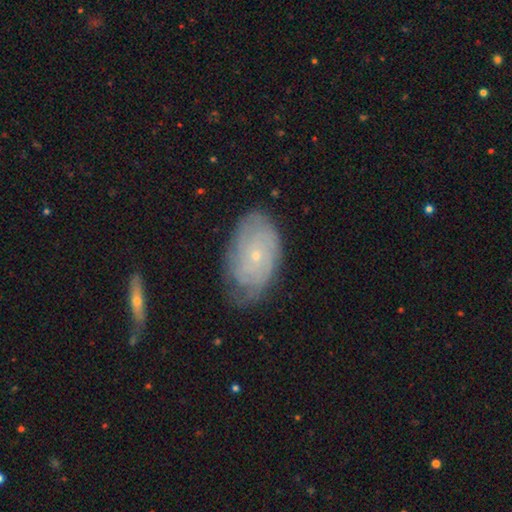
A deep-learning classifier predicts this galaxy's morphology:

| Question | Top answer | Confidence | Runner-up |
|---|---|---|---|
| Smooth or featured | featured or disk | 71% | smooth (21%) |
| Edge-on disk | no | 95% | yes (5%) |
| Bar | no | 83% | weak (15%) |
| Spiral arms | yes | 87% | no (13%) |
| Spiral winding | tight | 74% | medium (20%) |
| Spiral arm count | can't tell | 54% | 2 (14%) |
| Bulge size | small | 83% | moderate (14%) |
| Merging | none | 69% | minor disturbance (23%) |